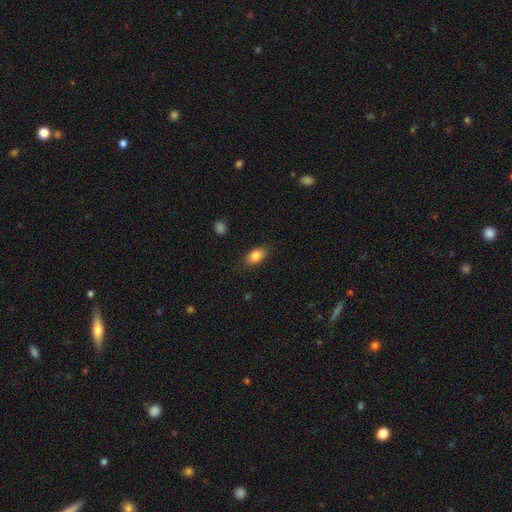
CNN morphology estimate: Smooth or featured? Predicted: smooth (p=0.85). How rounded? Predicted: in between (p=0.86). Merging? Predicted: none (p=0.84).